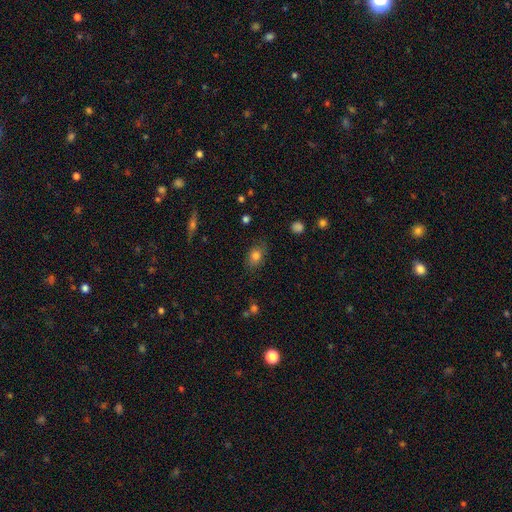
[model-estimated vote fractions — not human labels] Smooth or featured? smooth (78%)
How rounded? in between (69%)
Merging? none (77%)